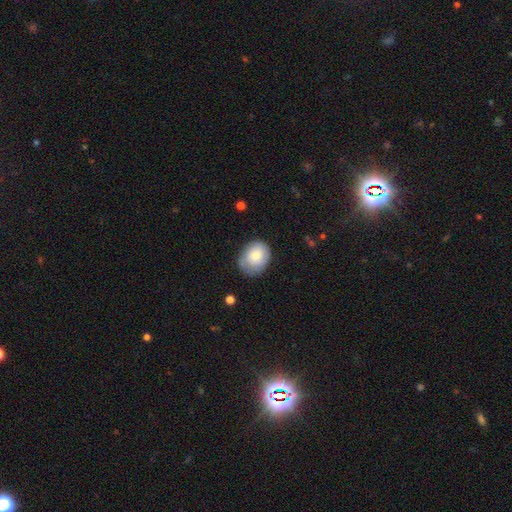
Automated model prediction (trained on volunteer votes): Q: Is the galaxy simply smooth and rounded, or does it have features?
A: smooth — 75%.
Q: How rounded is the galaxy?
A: in between — 55%.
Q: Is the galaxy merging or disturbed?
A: none — 64%.